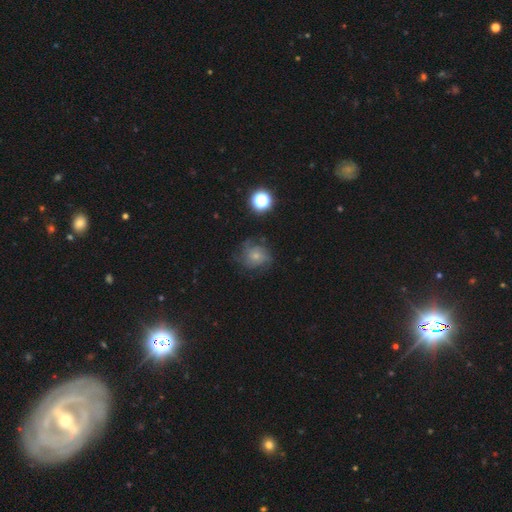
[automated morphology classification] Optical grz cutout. It shows a featured or disk galaxy (47%). Merging: none (62%).